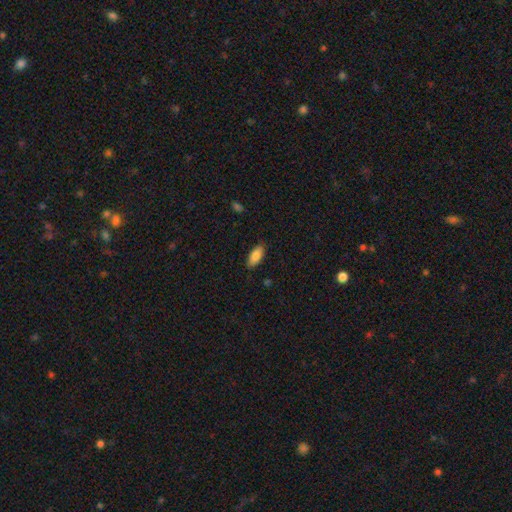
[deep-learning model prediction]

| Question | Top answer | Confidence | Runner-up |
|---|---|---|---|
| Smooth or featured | smooth | 83% | featured or disk (10%) |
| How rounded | in between | 84% | cigar-shaped (14%) |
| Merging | none | 86% | minor disturbance (11%) |